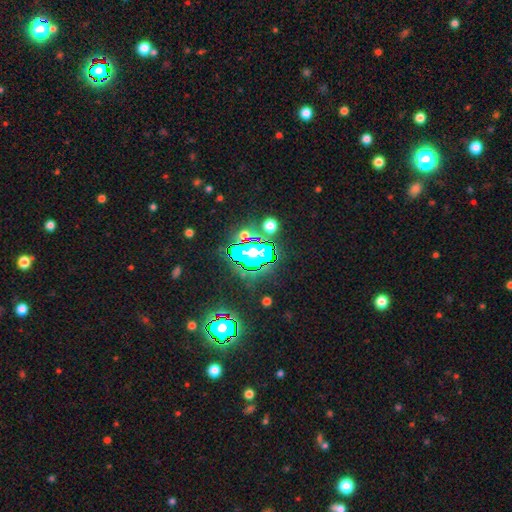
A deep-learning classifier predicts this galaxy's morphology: Q: Smooth or featured?
A: star or artifact (69%); runner-up: smooth (17%)